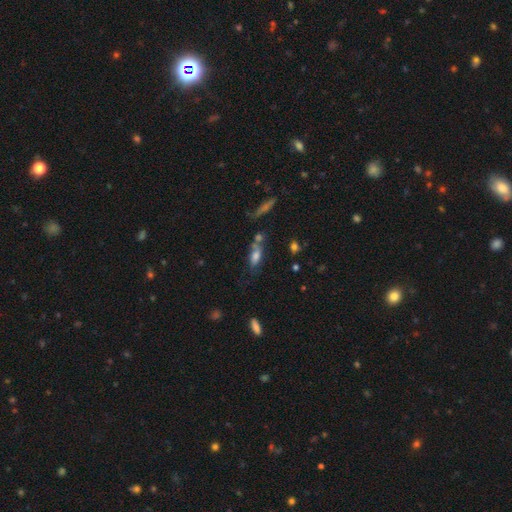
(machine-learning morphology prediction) smooth_or_featured: smooth (p=0.64) [alt: featured or disk p=0.24]
how_rounded: in between (p=0.71) [alt: cigar-shaped p=0.25]
merging: none (p=0.43) [alt: merger p=0.26]